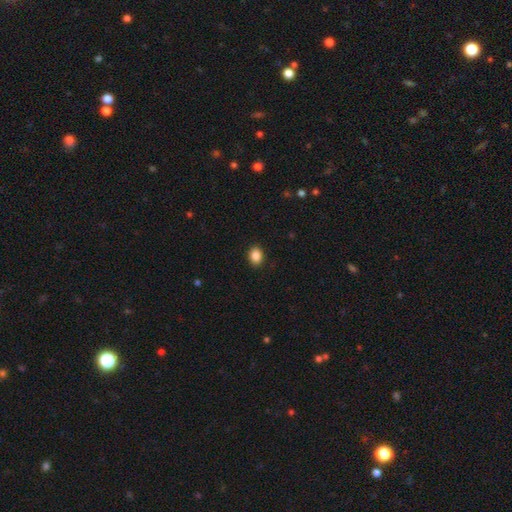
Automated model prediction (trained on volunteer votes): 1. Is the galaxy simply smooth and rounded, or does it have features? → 88% smooth, 9% star or artifact, 4% featured or disk.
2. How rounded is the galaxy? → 65% in between, 34% round, 1% cigar-shaped.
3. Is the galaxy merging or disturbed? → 90% none, 7% minor disturbance, 2% major disturbance, 1% merger.